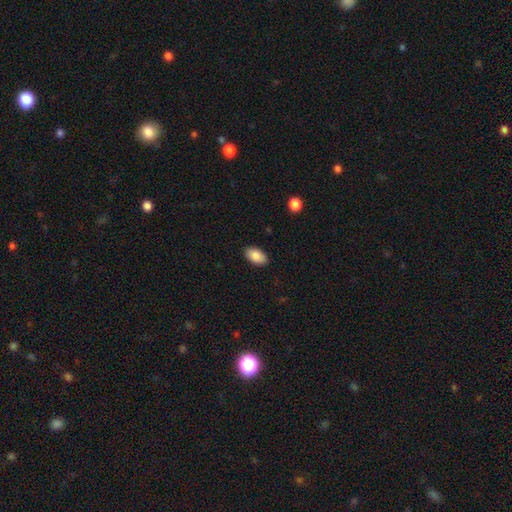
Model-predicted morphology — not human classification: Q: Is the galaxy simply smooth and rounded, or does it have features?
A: smooth — 86%.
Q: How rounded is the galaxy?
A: in between — 93%.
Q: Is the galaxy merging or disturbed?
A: none — 88%.